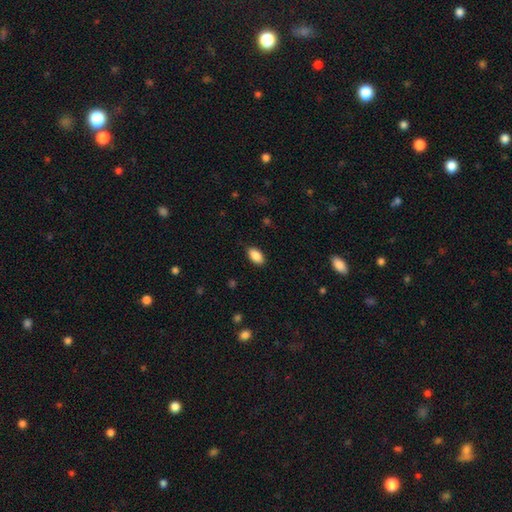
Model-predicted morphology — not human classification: Smooth or featured? Predicted: smooth (p=0.89). How rounded? Predicted: in between (p=0.93). Merging? Predicted: none (p=0.87).